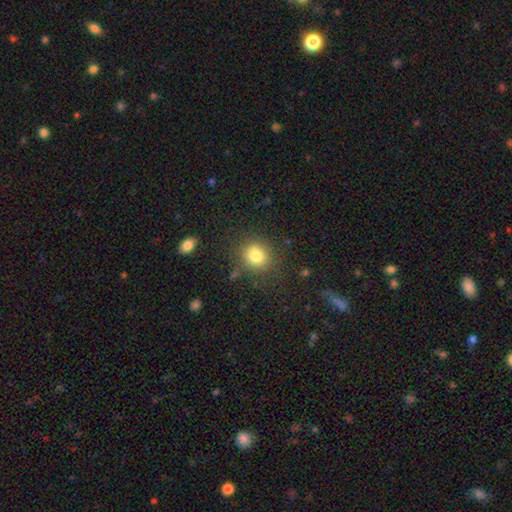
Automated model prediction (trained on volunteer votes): Smooth or featured?
  - smooth: 81% *
  - star or artifact: 12%
  - featured or disk: 8%
How rounded?
  - round: 82% *
  - in between: 17%
  - cigar-shaped: 1%
Merging?
  - none: 82% *
  - minor disturbance: 11%
  - major disturbance: 4%
  - merger: 3%